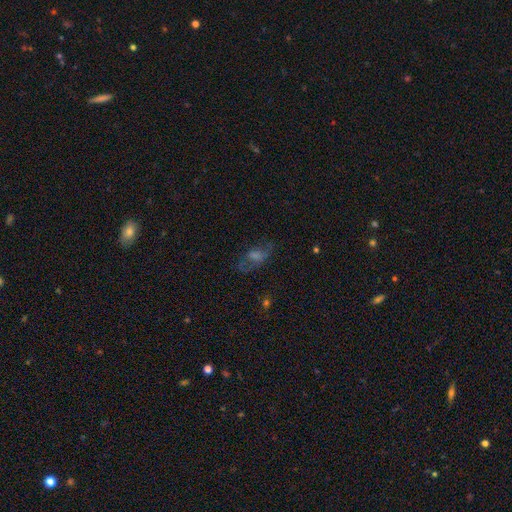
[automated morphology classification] Smooth or featured: featured or disk — 45% (smooth — 30%)
Merging: none — 63% (minor disturbance — 19%)